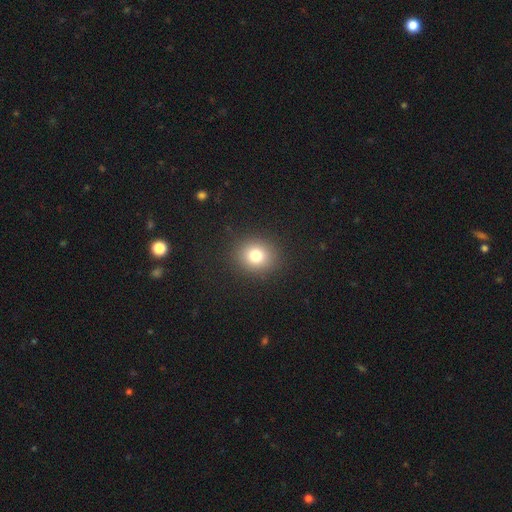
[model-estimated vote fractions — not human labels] This appears to be a smooth galaxy with no disk features (79%) that is round (78%). Merging: none (90%).